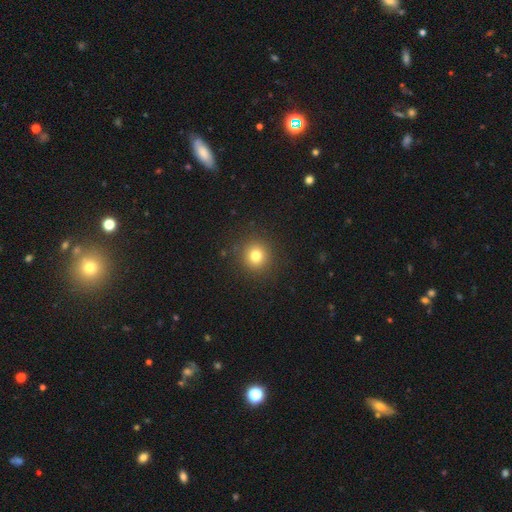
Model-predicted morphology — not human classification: smooth_or_featured: smooth (p=0.78) [alt: star or artifact p=0.14]
how_rounded: round (p=0.92) [alt: in between p=0.07]
merging: none (p=0.90) [alt: minor disturbance p=0.06]